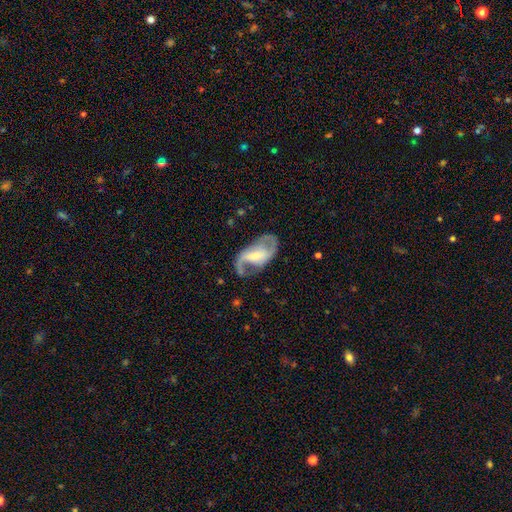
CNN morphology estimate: type=featured or disk (83%); edge-on=no (96%); bar=weak (42%); spiral arms=yes (93%); winding=loose (47%); arm count=2 (86%); bulge=small (45%); merging=none (67%).